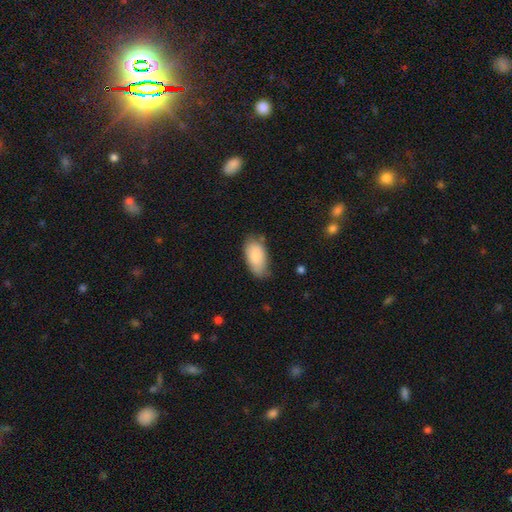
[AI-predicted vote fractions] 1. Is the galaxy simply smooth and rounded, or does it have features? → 83% smooth, 10% featured or disk, 6% star or artifact.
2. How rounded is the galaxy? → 94% in between, 3% cigar-shaped, 3% round.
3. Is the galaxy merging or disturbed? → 61% none, 30% minor disturbance, 6% major disturbance, 2% merger.